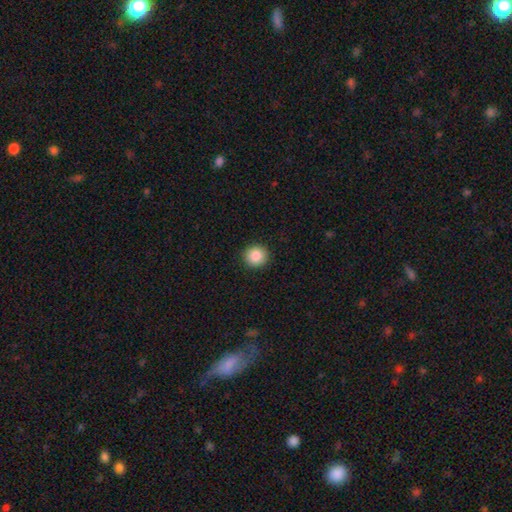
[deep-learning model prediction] smooth_or_featured: smooth (p=0.86) [alt: star or artifact p=0.09]
how_rounded: round (p=0.92) [alt: in between p=0.07]
merging: none (p=0.92) [alt: minor disturbance p=0.05]